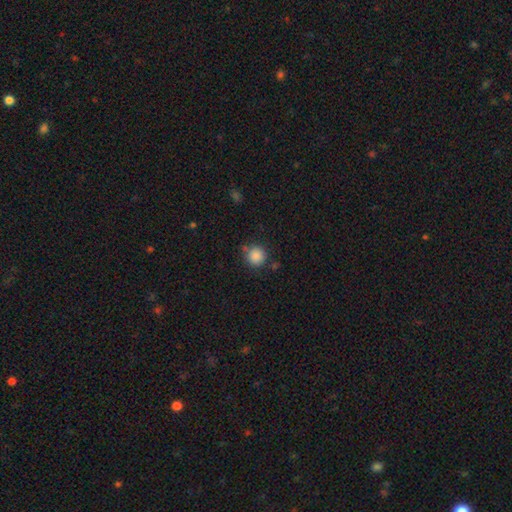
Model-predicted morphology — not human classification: Smooth or featured? Predicted: smooth (p=0.87). How rounded? Predicted: round (p=0.93). Merging? Predicted: none (p=0.78).